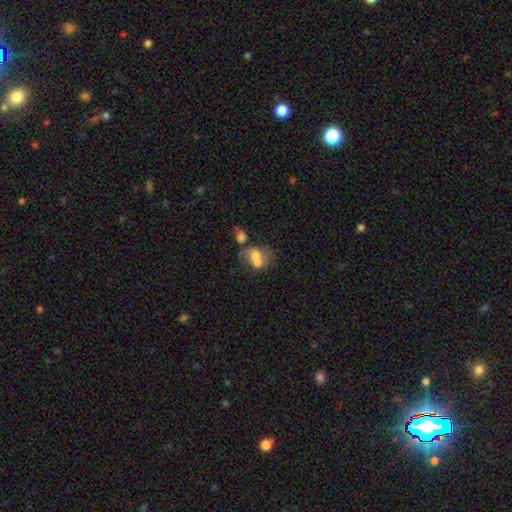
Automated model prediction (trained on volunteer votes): A smooth galaxy with no disk features (60%) that is in between round and cigar-shaped (50%). Merging: merger (67%).